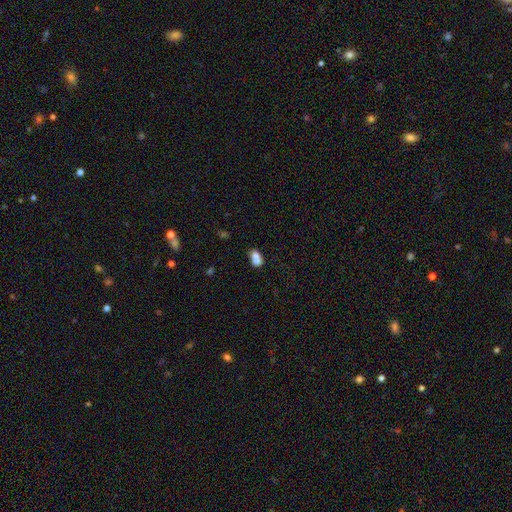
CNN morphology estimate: The model was most divided on "how rounded": in between: 63%, round: 35%, cigar-shaped: 2%. More confident: smooth or featured — smooth (71%); merging — merger (63%).